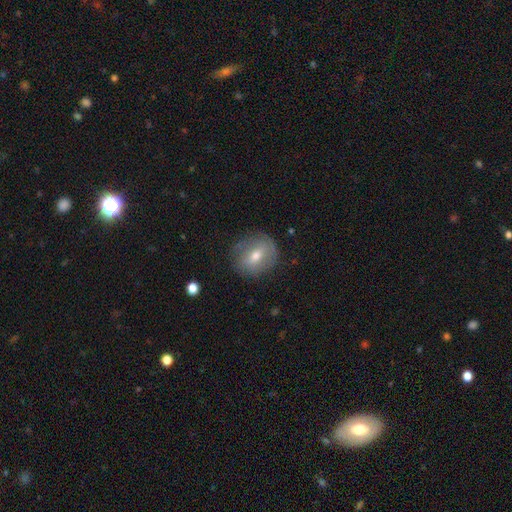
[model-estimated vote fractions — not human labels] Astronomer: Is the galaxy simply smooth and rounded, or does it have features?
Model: smooth — 54% (runner-up: featured or disk, 37%).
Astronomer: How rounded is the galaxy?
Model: round — 66%.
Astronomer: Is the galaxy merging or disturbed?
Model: none — 76%.